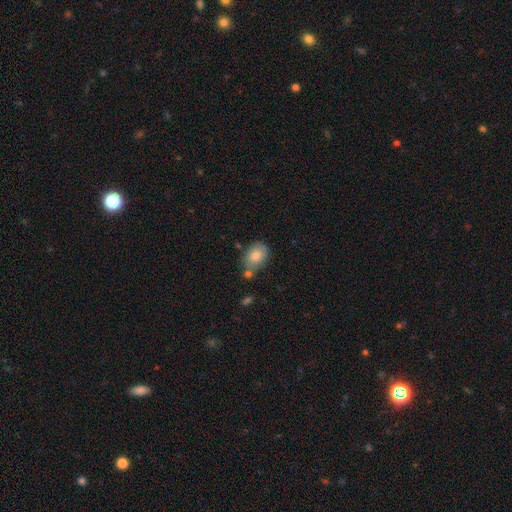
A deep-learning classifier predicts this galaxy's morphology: smooth 81%, featured or disk 11%, star or artifact 8%. Down the decision tree: how rounded — in between (75%); merging — none (65%).